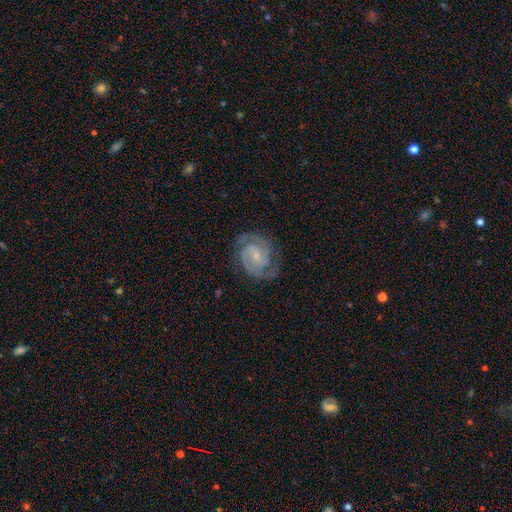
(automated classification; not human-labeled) smooth-or-featured: featured or disk: 88% | smooth: 7% | star or artifact: 5%
  disk-edge-on: no: 98% | yes: 2%
    bar: no: 44% (tied) | weak: 44% (tied) | strong: 12%
    has-spiral-arms: yes: 97% | no: 3%
      spiral-winding: tight: 53% | medium: 40% | loose: 7%
      spiral-arm-count: 2: 76% | 3: 10% | can't tell: 7% | 1: 2% | 4: 2% | more than 4: 2%
    bulge-size: small: 72% | moderate: 19% | none: 7% | large: 1% | dominant: 1%
  merging: none: 76% | minor disturbance: 16% | major disturbance: 6% | merger: 1%